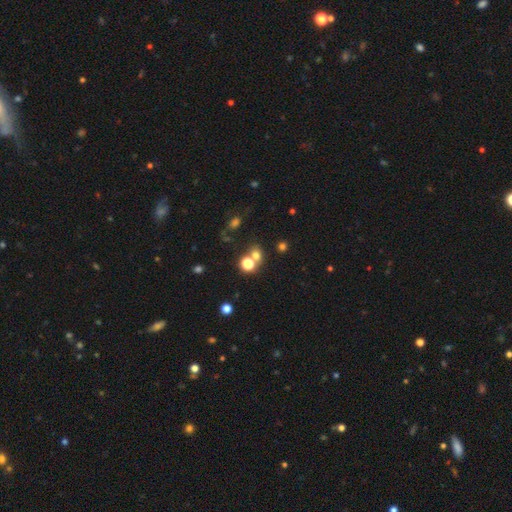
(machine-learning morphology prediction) This is likely a smooth galaxy (65%). How rounded: likely round (74%). Merging: possibly none (59%).